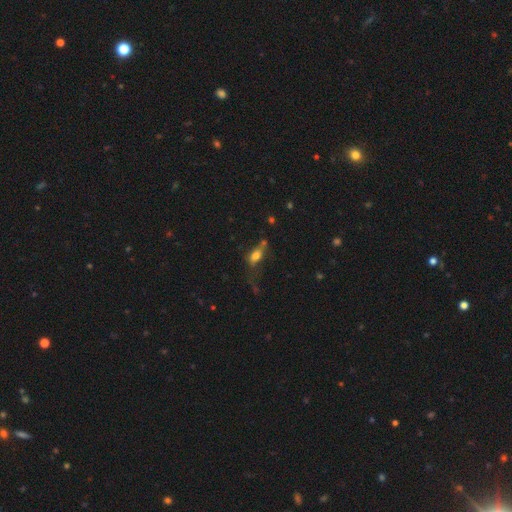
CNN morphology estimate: Smooth or featured?
  - smooth: 69% *
  - featured or disk: 19%
  - star or artifact: 13%
How rounded?
  - in between: 76% *
  - cigar-shaped: 16%
  - round: 8%
Merging?
  - none: 34% *
  - major disturbance: 28%
  - minor disturbance: 25%
  - merger: 13%